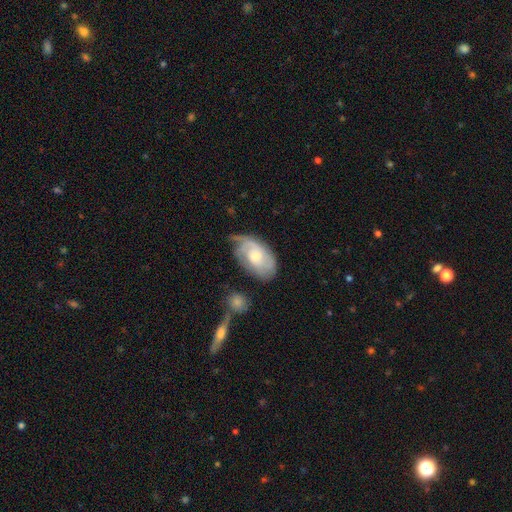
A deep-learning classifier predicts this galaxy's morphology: A featured or disk galaxy (67%) with no bar (67%), 2 (35%) tight (45%) spiral arms (88%) and a moderate central bulge (55%).

Vote fractions:
- Smooth or featured? featured or disk: 67% / smooth: 27% / star or artifact: 6%
- Edge-on disk? no: 95% / yes: 5%
- Bar? no: 67% / weak: 29% / strong: 4%
- Spiral arms? yes: 88% / no: 12%
- Spiral winding? tight: 45% / medium: 38% / loose: 16%
- Spiral arm count? 2: 35% / can't tell: 32% / 1: 15% / 3: 12% / 4: 3% / more than 4: 3%
- Bulge size? moderate: 55% / small: 34% / large: 6% / none: 3% / dominant: 1%
- Merging? none: 50% / minor disturbance: 31% / major disturbance: 15% / merger: 4%